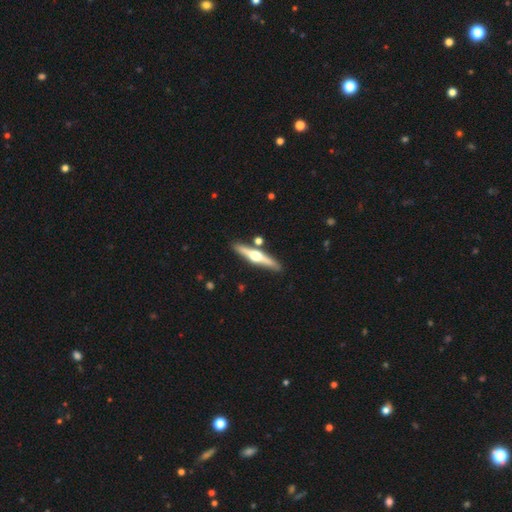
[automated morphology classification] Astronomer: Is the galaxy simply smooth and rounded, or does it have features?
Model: featured or disk — 73%.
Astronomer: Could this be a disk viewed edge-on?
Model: yes — 97%.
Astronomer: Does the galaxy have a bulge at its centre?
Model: rounded — 96%.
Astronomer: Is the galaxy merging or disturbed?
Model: none — 86%.